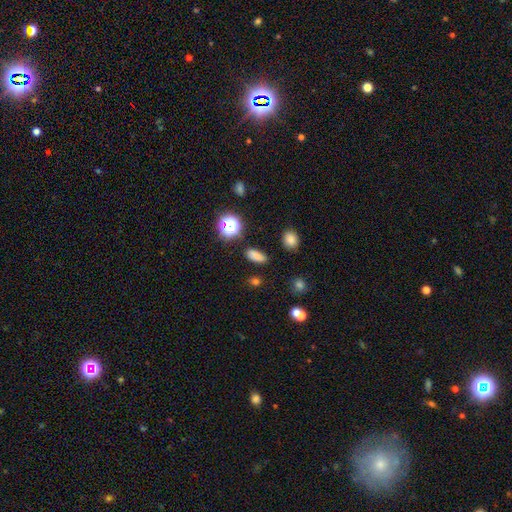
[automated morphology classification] Smooth or featured?
  - smooth: 78% *
  - star or artifact: 17%
  - featured or disk: 5%
How rounded?
  - in between: 76% *
  - cigar-shaped: 15%
  - round: 9%
Merging?
  - none: 86% *
  - minor disturbance: 9%
  - major disturbance: 3%
  - merger: 3%